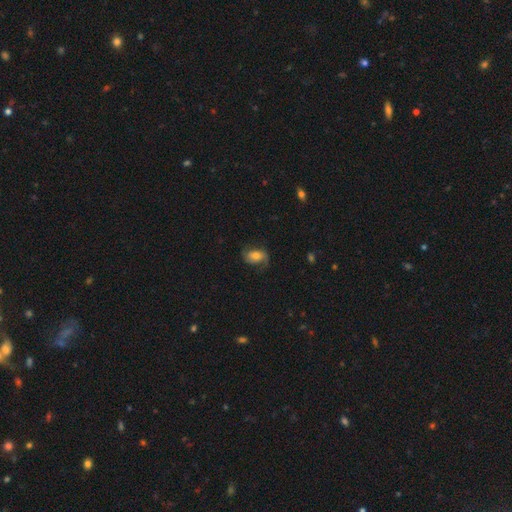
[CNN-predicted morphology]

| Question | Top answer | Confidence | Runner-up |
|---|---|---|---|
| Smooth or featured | featured or disk | 55% | smooth (36%) |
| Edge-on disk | no | 96% | yes (4%) |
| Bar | no | 55% | weak (33%) |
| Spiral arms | yes | 89% | no (11%) |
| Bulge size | moderate | 56% | small (24%) |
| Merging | none | 65% | minor disturbance (21%) |